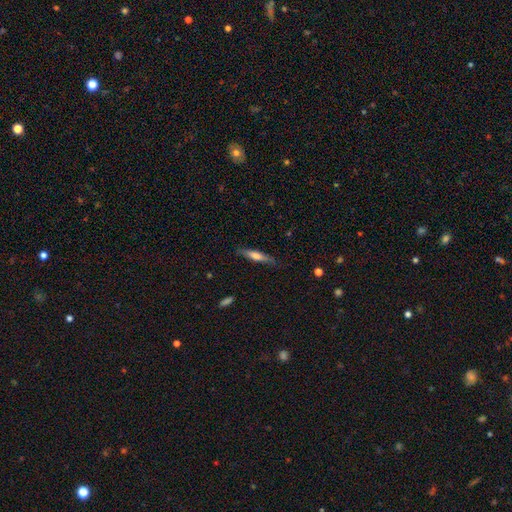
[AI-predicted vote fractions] smooth_or_featured: smooth (p=0.58) [alt: featured or disk p=0.36]
how_rounded: cigar-shaped (p=0.84) [alt: in between p=0.15]
merging: none (p=0.80) [alt: minor disturbance p=0.16]